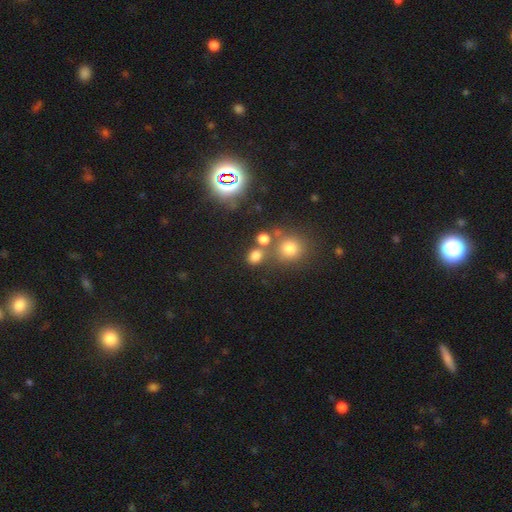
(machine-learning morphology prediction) Smooth or featured: smooth — 73% (star or artifact — 20%)
How rounded: round — 57% (in between — 42%)
Merging: none — 64% (merger — 20%)